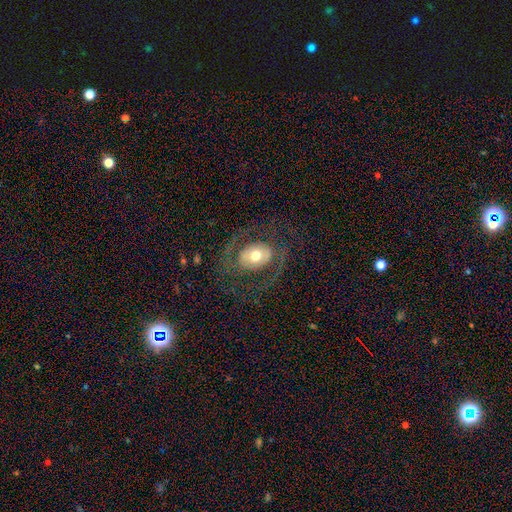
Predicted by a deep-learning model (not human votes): A featured or disk galaxy (63%) with no bar (62%), spiral arms (63%) and a moderate central bulge (67%).

Vote fractions:
- Smooth or featured? featured or disk: 63% / smooth: 30% / star or artifact: 7%
- Edge-on disk? no: 95% / yes: 5%
- Bar? no: 62% / weak: 25% / strong: 14%
- Spiral arms? yes: 63% / no: 37%
- Bulge size? moderate: 67% / large: 18% / small: 11% / dominant: 3% / none: 1%
- Merging? none: 71% / major disturbance: 16% / minor disturbance: 12% / merger: 1%